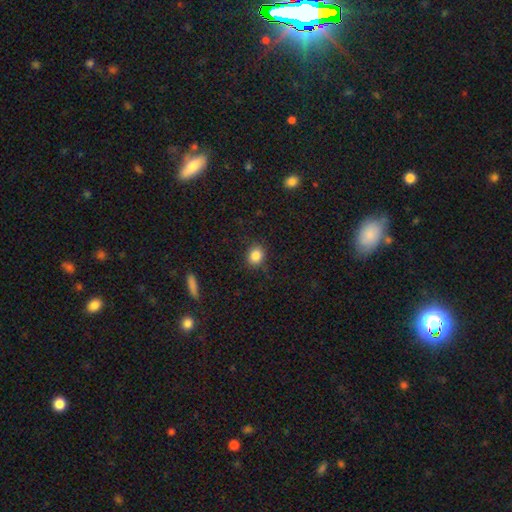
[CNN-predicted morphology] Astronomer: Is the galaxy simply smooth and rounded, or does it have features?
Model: smooth — 85%.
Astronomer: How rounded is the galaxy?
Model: round — 71%.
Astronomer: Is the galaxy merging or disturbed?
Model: none — 85%.